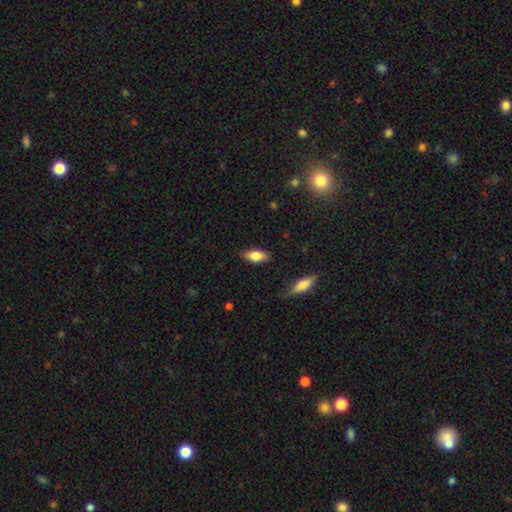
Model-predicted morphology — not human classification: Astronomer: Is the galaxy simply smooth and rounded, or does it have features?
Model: smooth — 75%.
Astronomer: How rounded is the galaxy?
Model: in between — 85%.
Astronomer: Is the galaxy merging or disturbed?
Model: none — 80%.